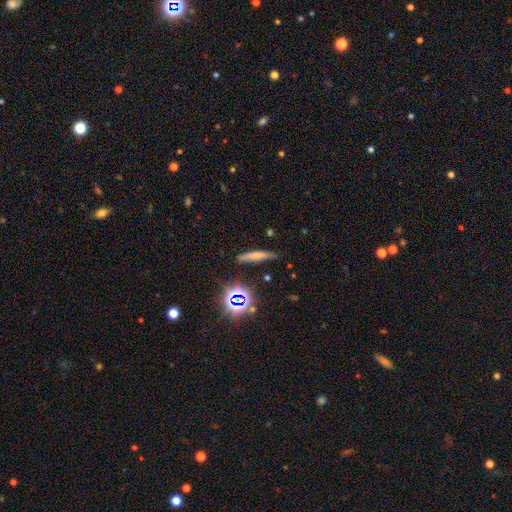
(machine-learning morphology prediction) type=smooth (55%); roundness=cigar-shaped (84%); merging=none (79%).